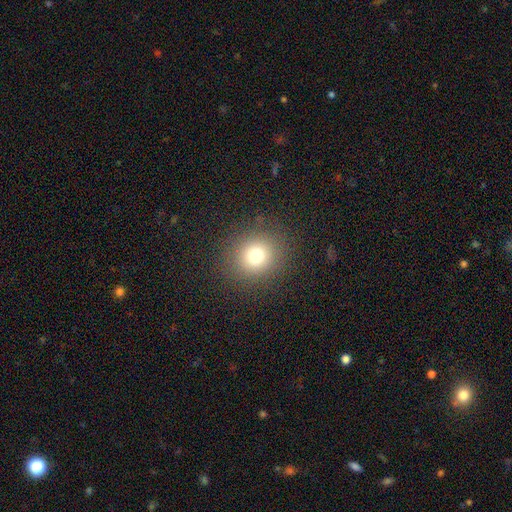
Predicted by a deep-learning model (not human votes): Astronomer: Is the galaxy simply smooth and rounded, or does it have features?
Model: smooth — 74%.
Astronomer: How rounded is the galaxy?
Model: round — 81%.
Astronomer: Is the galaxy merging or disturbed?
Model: none — 87%.